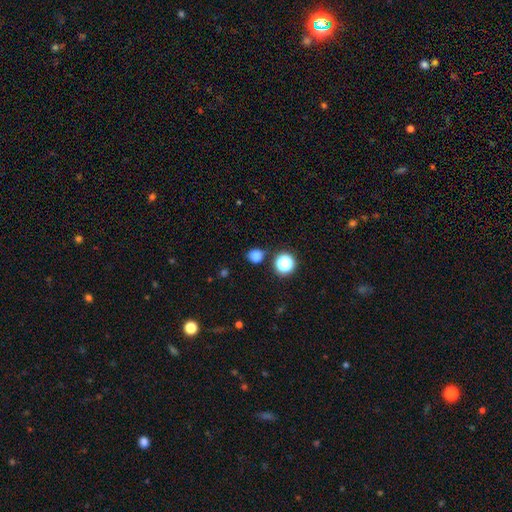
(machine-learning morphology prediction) A smooth galaxy with no disk features (78%) that is round (81%).

Vote fractions:
- Smooth or featured? smooth: 78% / star or artifact: 17% / featured or disk: 4%
- How rounded? round: 81% / in between: 18% / cigar-shaped: 1%
- Merging? none: 79% / minor disturbance: 12% / merger: 6% / major disturbance: 4%